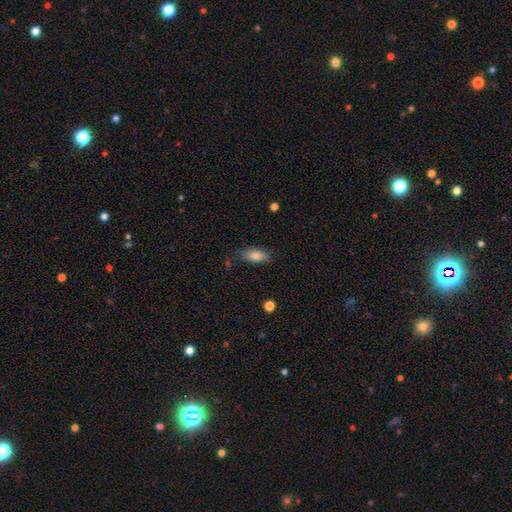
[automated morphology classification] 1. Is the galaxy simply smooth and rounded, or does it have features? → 83% smooth, 10% featured or disk, 7% star or artifact.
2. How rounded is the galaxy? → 83% in between, 14% cigar-shaped, 3% round.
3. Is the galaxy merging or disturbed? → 77% none, 17% minor disturbance, 4% major disturbance, 2% merger.